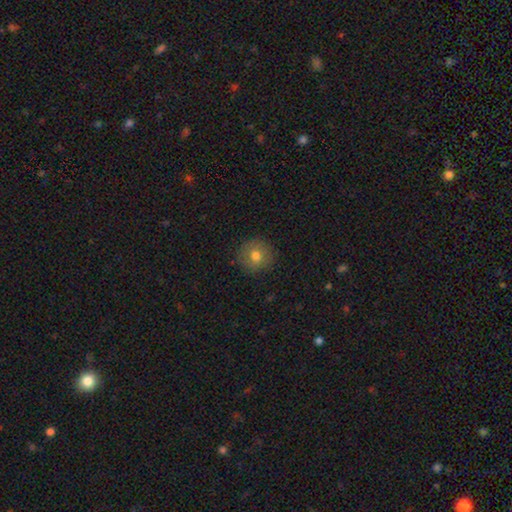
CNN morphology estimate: type=smooth (74%); roundness=round (91%); merging=none (87%).